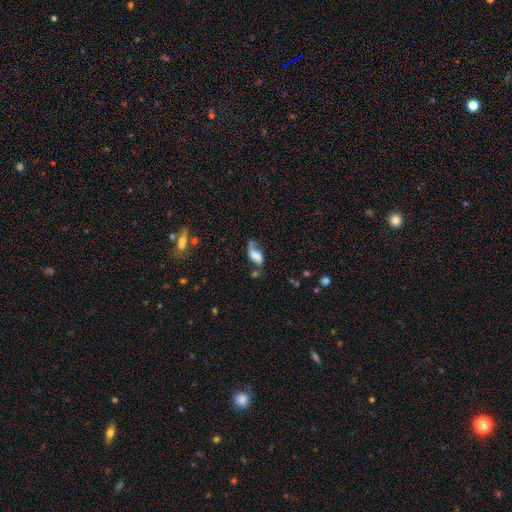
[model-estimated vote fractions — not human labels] This appears to be a smooth galaxy with no disk features (53%) that is in between round and cigar-shaped (85%). Merging: none (36%).